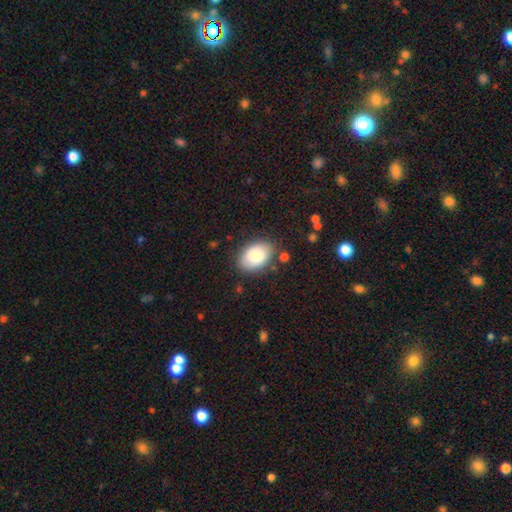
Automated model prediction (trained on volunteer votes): Morphology: type=smooth (85%); roundness=in between (88%); merging=none (81%).